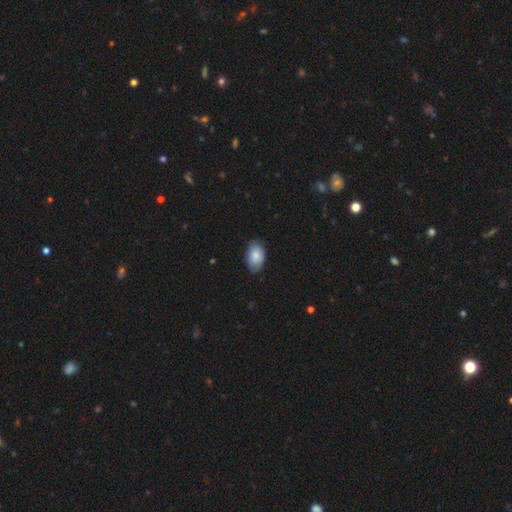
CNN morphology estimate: Smooth or featured: smooth — 81% (featured or disk — 13%)
How rounded: in between — 90% (round — 8%)
Merging: none — 75% (minor disturbance — 21%)